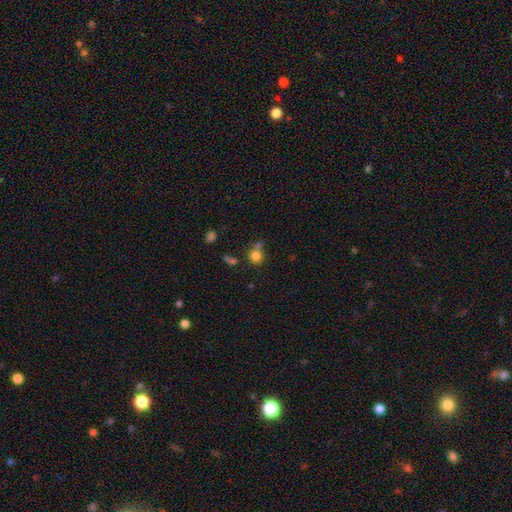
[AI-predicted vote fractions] Smooth or featured: smooth — 79% (star or artifact — 12%)
How rounded: round — 79% (in between — 19%)
Merging: none — 46% (merger — 26%)